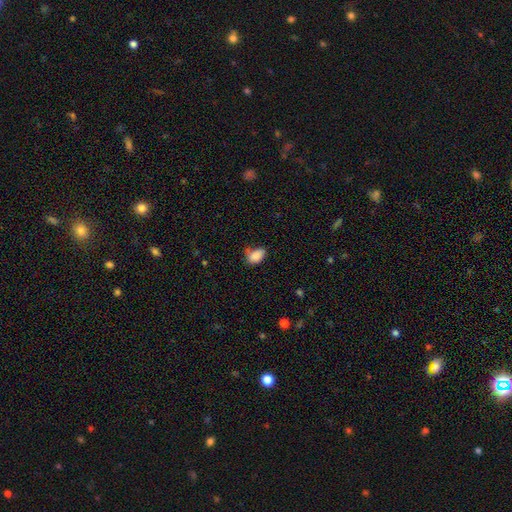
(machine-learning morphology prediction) A smooth galaxy with no disk features (84%) that is in between round and cigar-shaped (86%).

Vote fractions:
- Smooth or featured? smooth: 84% / star or artifact: 9% / featured or disk: 7%
- How rounded? in between: 86% / round: 13% / cigar-shaped: 2%
- Merging? none: 49% / minor disturbance: 32% / major disturbance: 11% / merger: 9%